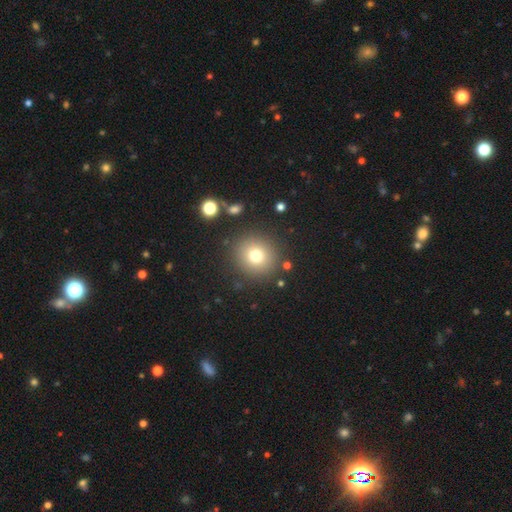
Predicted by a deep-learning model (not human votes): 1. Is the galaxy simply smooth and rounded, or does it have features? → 75% smooth, 14% star or artifact, 11% featured or disk.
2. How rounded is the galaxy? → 91% round, 8% in between, 1% cigar-shaped.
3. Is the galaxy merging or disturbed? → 88% none, 7% minor disturbance, 3% major disturbance, 3% merger.